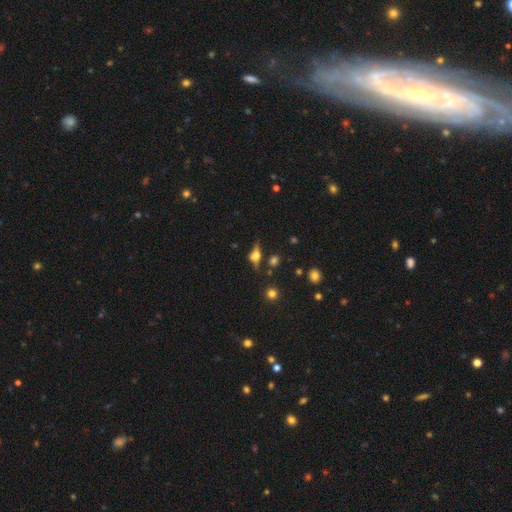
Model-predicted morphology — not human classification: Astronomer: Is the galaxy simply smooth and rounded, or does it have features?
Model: featured or disk — 60%.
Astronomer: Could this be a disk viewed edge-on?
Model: yes — 92%.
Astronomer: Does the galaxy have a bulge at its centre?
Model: rounded — 91%.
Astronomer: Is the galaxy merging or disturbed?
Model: none — 70%.